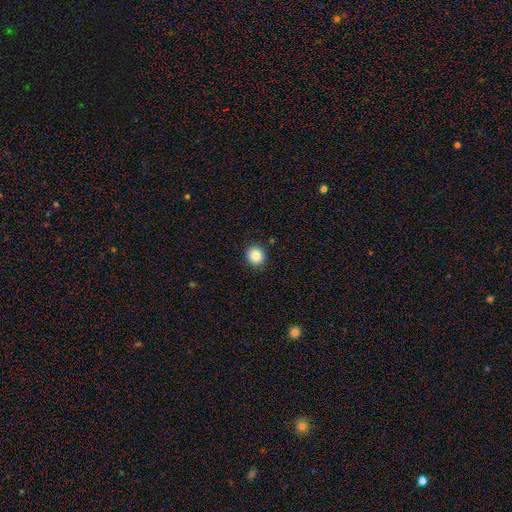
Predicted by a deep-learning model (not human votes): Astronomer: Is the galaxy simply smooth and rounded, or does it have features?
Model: smooth — 86%.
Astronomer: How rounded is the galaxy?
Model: round — 87%.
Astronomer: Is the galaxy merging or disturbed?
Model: none — 90%.